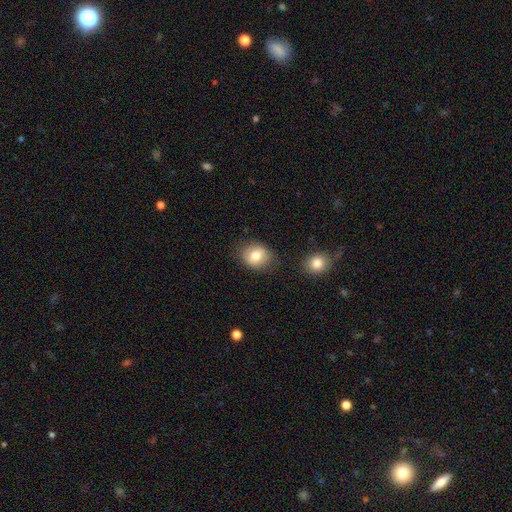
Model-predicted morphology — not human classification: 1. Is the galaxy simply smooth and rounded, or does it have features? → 77% smooth, 14% featured or disk, 9% star or artifact.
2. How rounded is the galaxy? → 60% round, 39% in between, 1% cigar-shaped.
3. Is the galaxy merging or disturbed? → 80% none, 14% minor disturbance, 3% major disturbance, 3% merger.